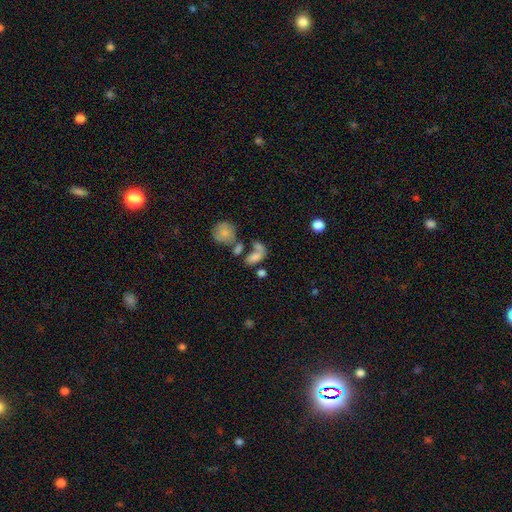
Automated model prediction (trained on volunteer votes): A smooth galaxy with no disk features (71%) that is in between round and cigar-shaped (83%). Merging: merger (44%).